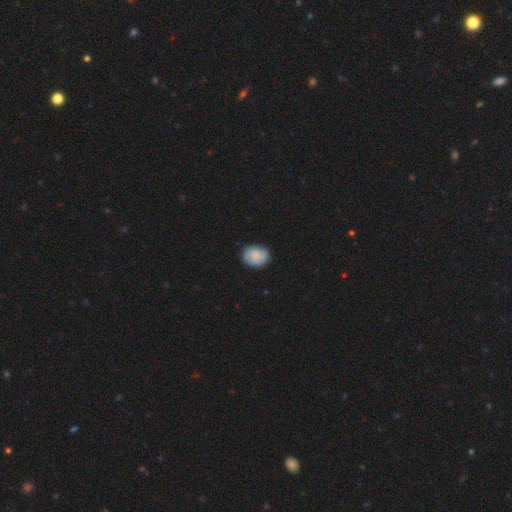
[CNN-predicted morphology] Smooth or featured? Predicted: smooth (p=0.73). How rounded? Predicted: in between (p=0.58). Merging? Predicted: none (p=0.81).